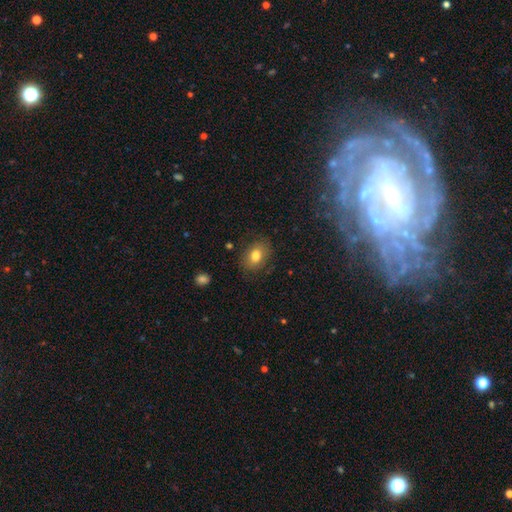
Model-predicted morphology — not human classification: Smooth or featured? Predicted: smooth (p=0.78). How rounded? Predicted: in between (p=0.69). Merging? Predicted: none (p=0.80).